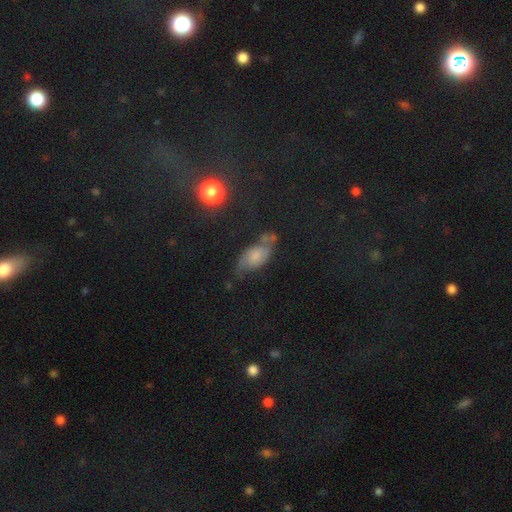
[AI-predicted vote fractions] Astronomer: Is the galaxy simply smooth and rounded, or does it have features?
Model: smooth — 50% (runner-up: featured or disk, 35%).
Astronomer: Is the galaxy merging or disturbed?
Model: none — 45% (runner-up: minor disturbance, 31%).